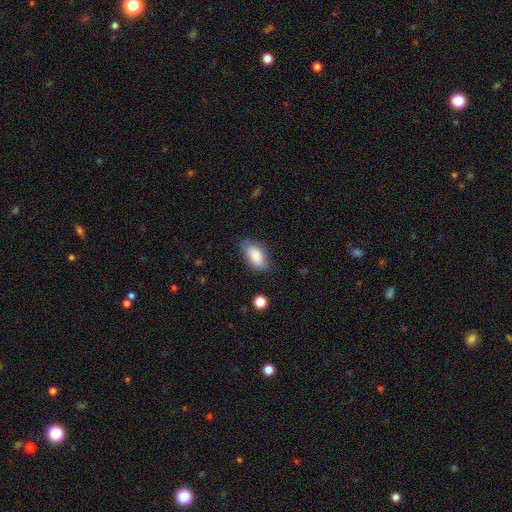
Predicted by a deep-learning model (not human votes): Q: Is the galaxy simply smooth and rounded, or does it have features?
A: smooth — 86%.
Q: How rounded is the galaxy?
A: in between — 93%.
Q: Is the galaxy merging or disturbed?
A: none — 76%.